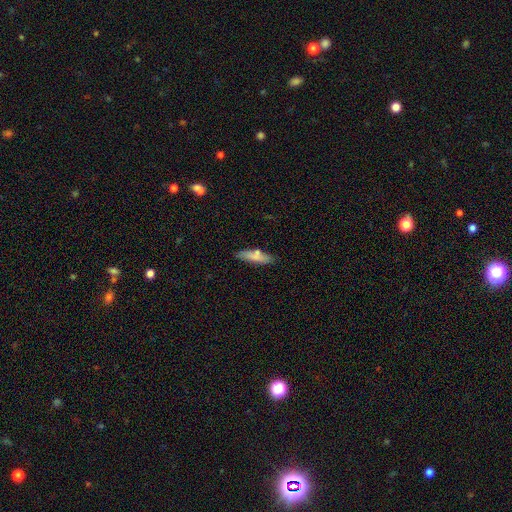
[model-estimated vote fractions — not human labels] A smooth galaxy with no disk features (77%) that is cigar-shaped (60%).

Vote fractions:
- Smooth or featured? smooth: 77% / featured or disk: 16% / star or artifact: 7%
- How rounded? cigar-shaped: 60% / in between: 37% / round: 2%
- Merging? none: 79% / minor disturbance: 14% / merger: 4% / major disturbance: 3%